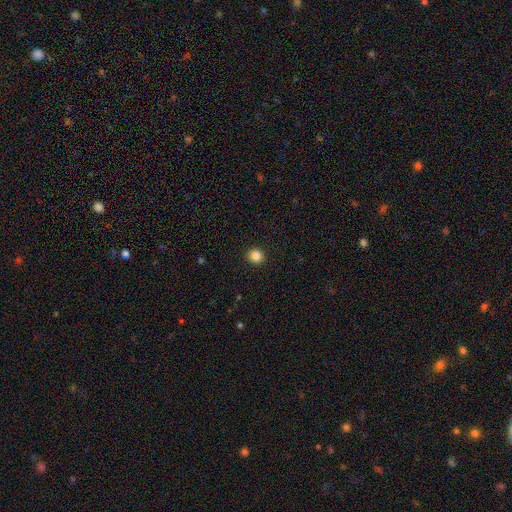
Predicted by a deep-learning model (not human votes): This is clearly a smooth galaxy (86%). How rounded: clearly round (85%). Merging: clearly none (92%).